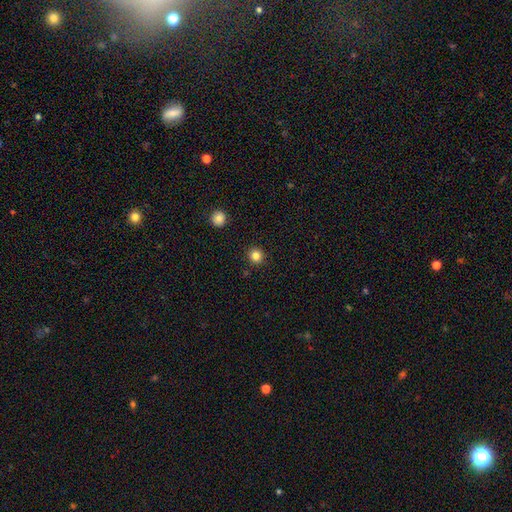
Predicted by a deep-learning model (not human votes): This appears to be a smooth galaxy with no disk features (83%) that is round (94%). Merging: none (92%).